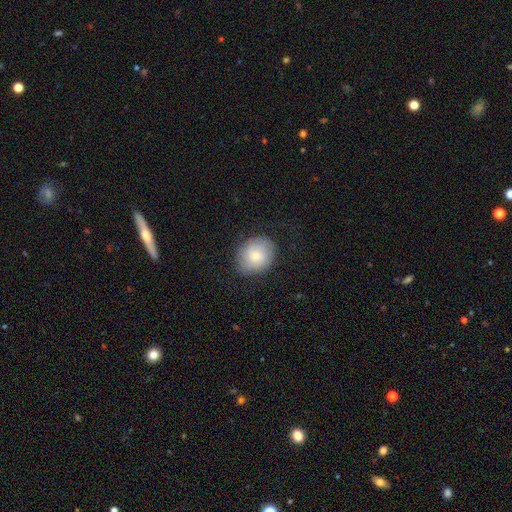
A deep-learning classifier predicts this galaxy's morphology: smooth_or_featured: smooth (p=0.60) [alt: featured or disk p=0.33]
how_rounded: round (p=0.64) [alt: in between p=0.35]
merging: none (p=0.80) [alt: minor disturbance p=0.14]